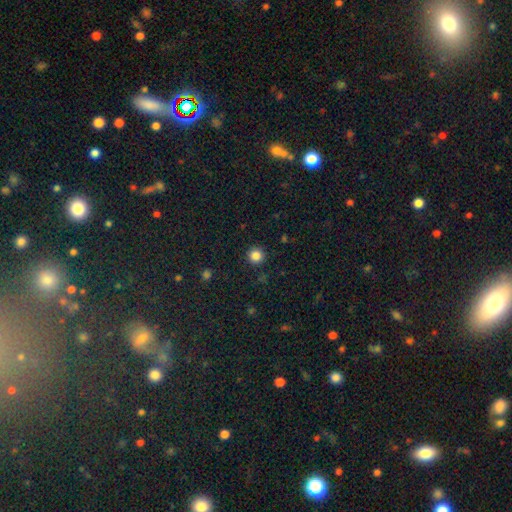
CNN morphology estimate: smooth 85%, star or artifact 12%, featured or disk 4%. Down the decision tree: how rounded — round (95%); merging — none (92%).